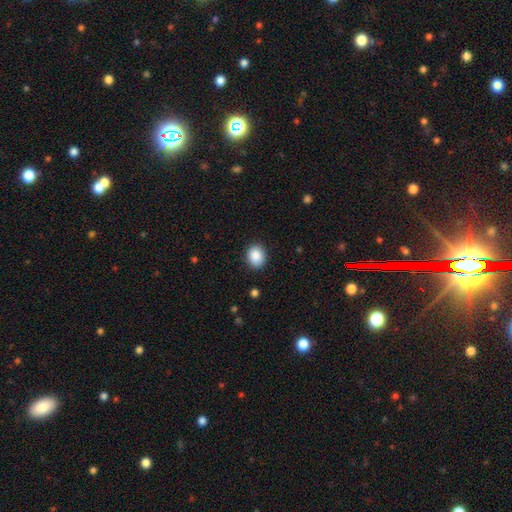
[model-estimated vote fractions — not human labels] A smooth galaxy with no disk features (88%) that is round (55%).

Vote fractions:
- Smooth or featured? smooth: 88% / star or artifact: 8% / featured or disk: 4%
- How rounded? round: 55% / in between: 44% / cigar-shaped: 1%
- Merging? none: 88% / minor disturbance: 8% / major disturbance: 2% / merger: 1%